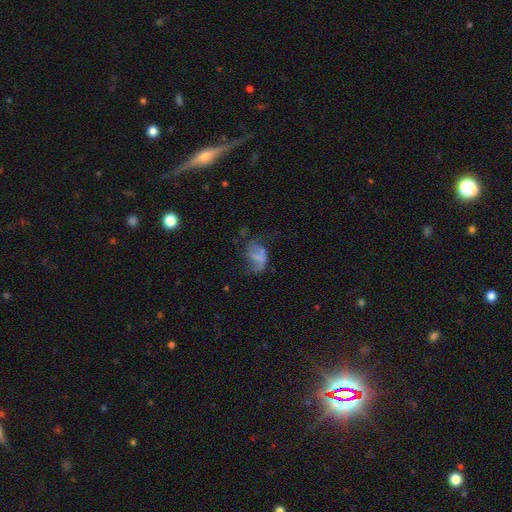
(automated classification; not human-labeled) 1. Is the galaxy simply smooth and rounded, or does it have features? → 54% featured or disk, 29% smooth, 17% star or artifact.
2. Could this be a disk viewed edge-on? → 97% no, 3% yes.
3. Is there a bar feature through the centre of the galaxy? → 60% no, 28% weak, 11% strong.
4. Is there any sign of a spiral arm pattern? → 58% yes, 42% no.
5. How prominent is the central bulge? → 71% none, 17% small, 8% moderate, 3% large, 1% dominant.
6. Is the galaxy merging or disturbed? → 40% major disturbance, 33% none, 21% minor disturbance, 5% merger.